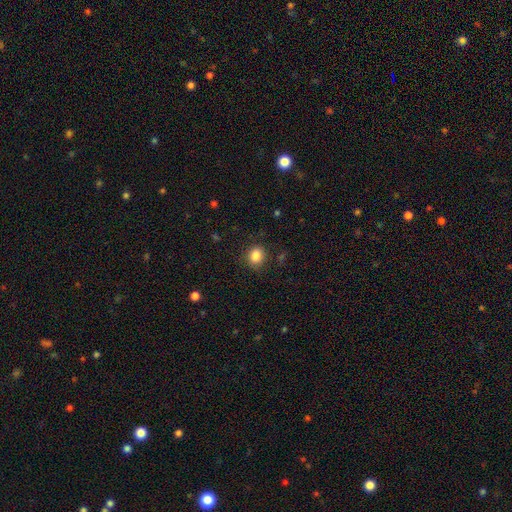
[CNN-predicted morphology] The model was most divided on "how rounded": round: 58%, in between: 41%, cigar-shaped: 1%. More confident: smooth or featured — smooth (85%); merging — none (85%).